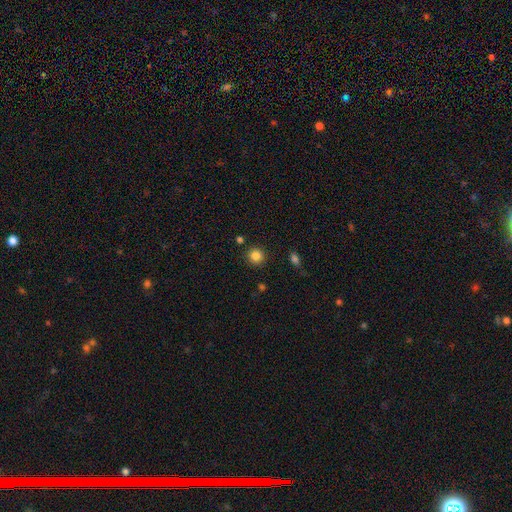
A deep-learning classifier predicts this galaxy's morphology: The model was most divided on "smooth or featured": smooth: 84%, star or artifact: 11%, featured or disk: 5%. More confident: how rounded — round (92%); merging — none (88%).